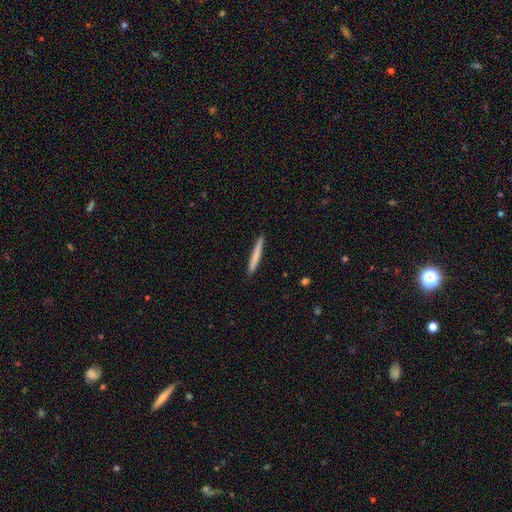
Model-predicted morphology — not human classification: smooth_or_featured: smooth (p=0.74) [alt: featured or disk p=0.21]
how_rounded: cigar-shaped (p=0.97) [alt: in between p=0.02]
merging: none (p=0.92) [alt: minor disturbance p=0.05]